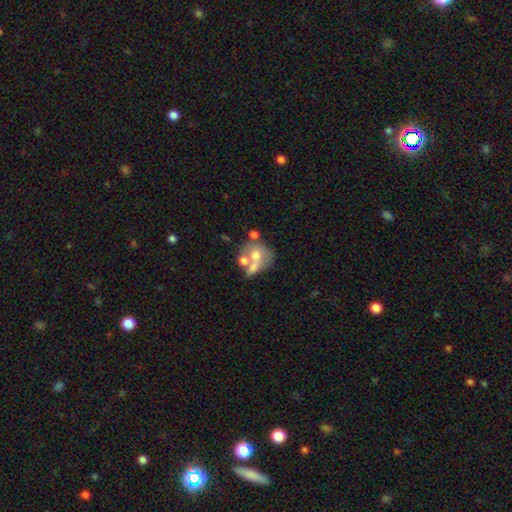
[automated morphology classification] This is possibly a smooth galaxy (51%). How rounded: likely round (63%). Merging: possibly merger (51%).